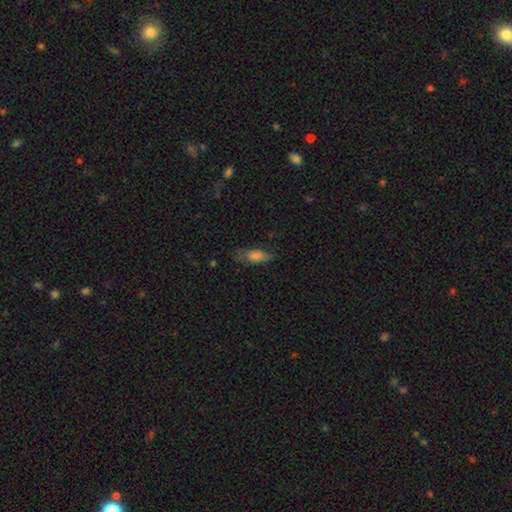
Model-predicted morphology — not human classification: smooth_or_featured: smooth (p=0.70) [alt: featured or disk p=0.20]
how_rounded: in between (p=0.71) [alt: cigar-shaped p=0.26]
merging: none (p=0.62) [alt: minor disturbance p=0.27]